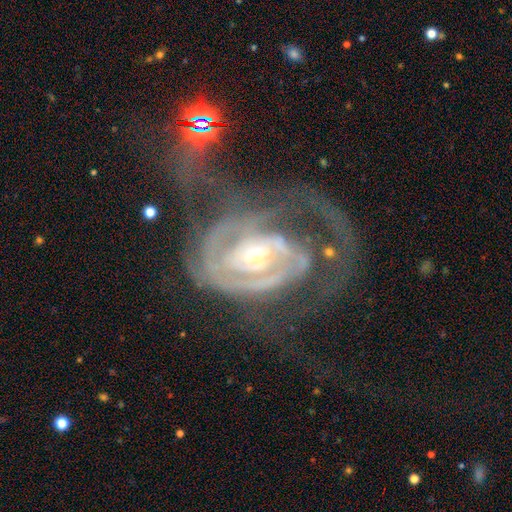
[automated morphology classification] Overall: featured or disk (88%). Edge-on disk: no (97%). Bar: no (61%; weak 27%). Spiral arms: yes (91%). Spiral arm count: 2 (35%; can't tell 31%). Spiral winding: tight (61%; medium 29%). Bulge size: small (59%; moderate 36%). Merging: major disturbance (48%; none 24%).